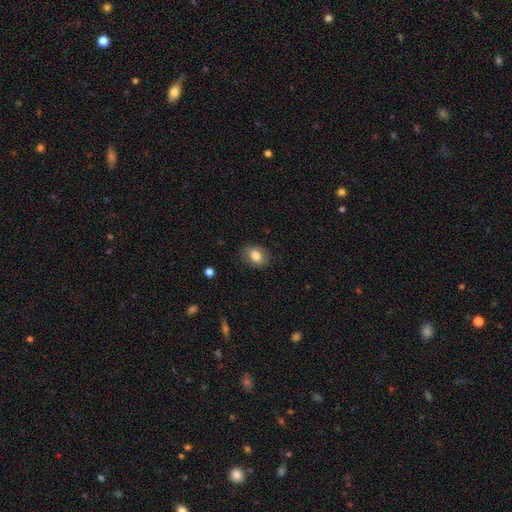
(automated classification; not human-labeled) This appears to be a smooth galaxy with no disk features (80%) that is in between round and cigar-shaped (71%). Merging: none (82%).